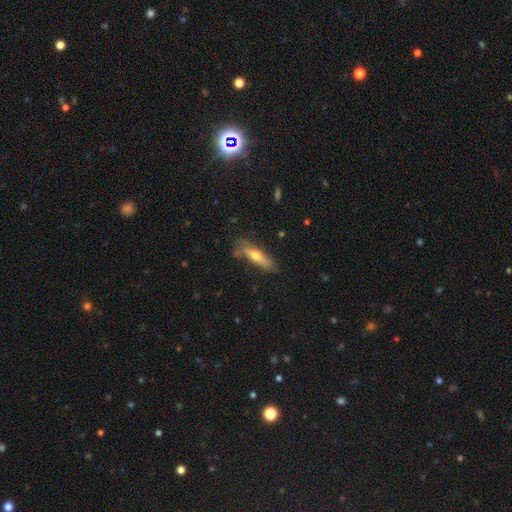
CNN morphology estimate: Smooth or featured: smooth — 53% (featured or disk — 41%)
How rounded: cigar-shaped — 68% (in between — 30%)
Merging: none — 68% (minor disturbance — 22%)